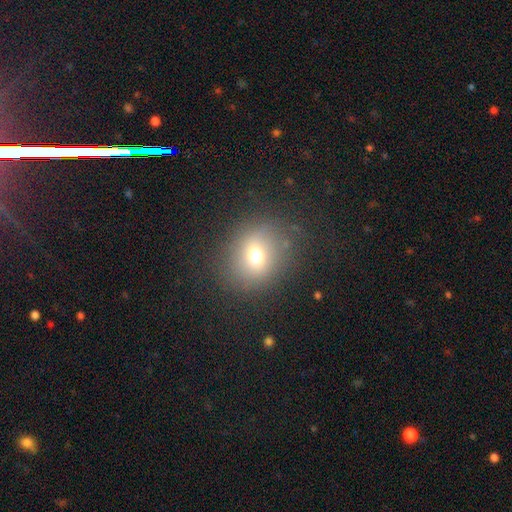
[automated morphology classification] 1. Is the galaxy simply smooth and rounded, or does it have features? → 67% smooth, 18% star or artifact, 15% featured or disk.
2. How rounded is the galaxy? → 73% round, 26% in between, 1% cigar-shaped.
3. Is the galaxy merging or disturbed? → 80% none, 11% minor disturbance, 7% major disturbance, 2% merger.